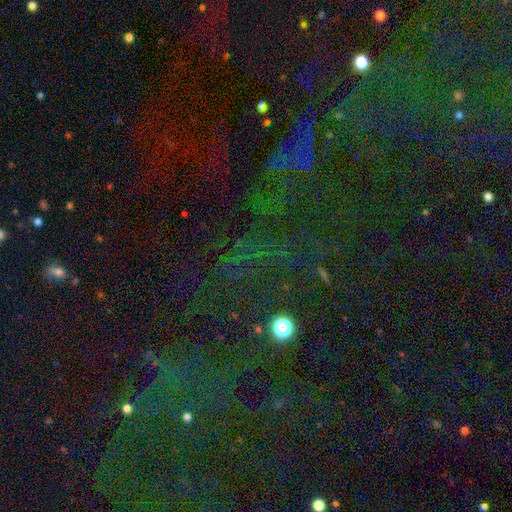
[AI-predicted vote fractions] A star or artifact, not a galaxy (76%).